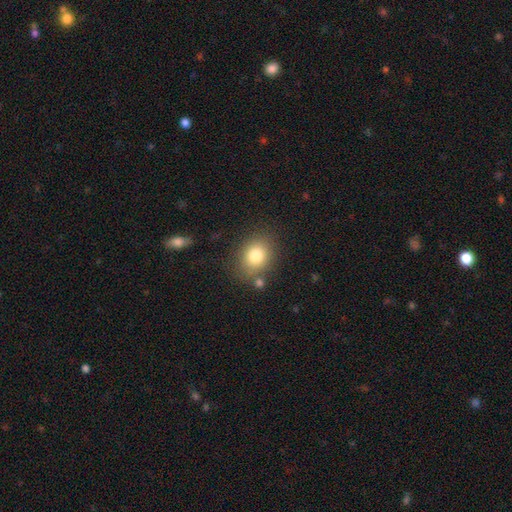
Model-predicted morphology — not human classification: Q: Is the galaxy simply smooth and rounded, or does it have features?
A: smooth — 79%.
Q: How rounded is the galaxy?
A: round — 57%.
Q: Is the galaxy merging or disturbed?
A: none — 76%.